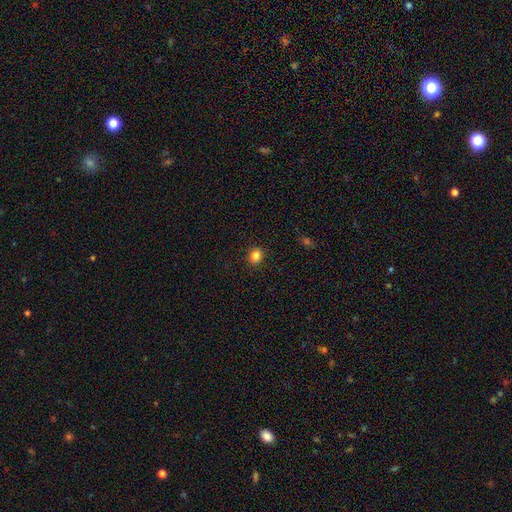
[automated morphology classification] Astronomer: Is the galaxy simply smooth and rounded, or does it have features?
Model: smooth — 84%.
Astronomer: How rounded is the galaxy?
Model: round — 62% (runner-up: in between, 37%).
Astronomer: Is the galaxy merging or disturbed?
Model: none — 90%.